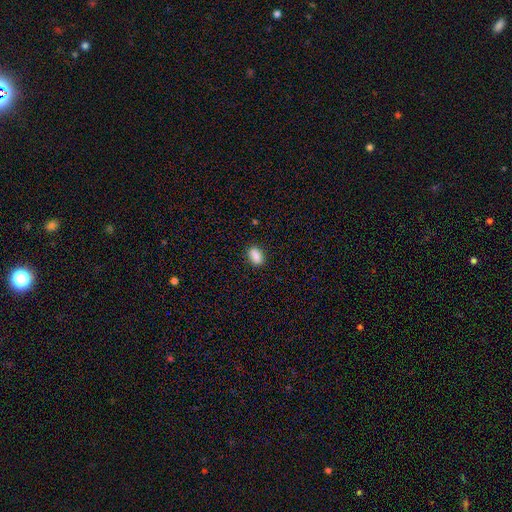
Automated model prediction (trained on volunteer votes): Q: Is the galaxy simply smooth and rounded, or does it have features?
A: smooth — 88%.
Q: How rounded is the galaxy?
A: in between — 86%.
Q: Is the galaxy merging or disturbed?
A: none — 87%.